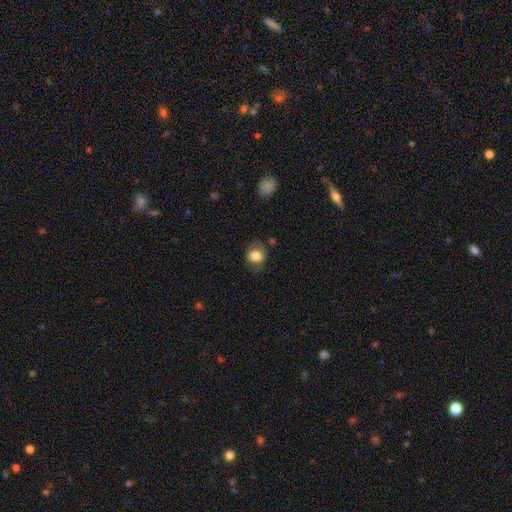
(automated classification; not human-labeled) Smooth or featured? Predicted: smooth (p=0.80). How rounded? Predicted: round (p=0.73). Merging? Predicted: none (p=0.72).